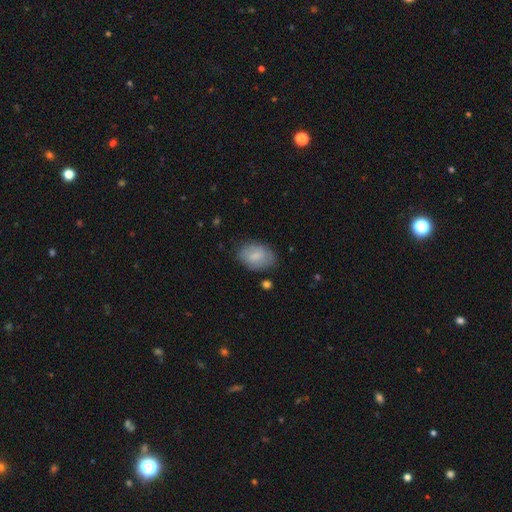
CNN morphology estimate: Smooth or featured? Predicted: smooth (p=0.75). How rounded? Predicted: in between (p=0.84). Merging? Predicted: none (p=0.74).